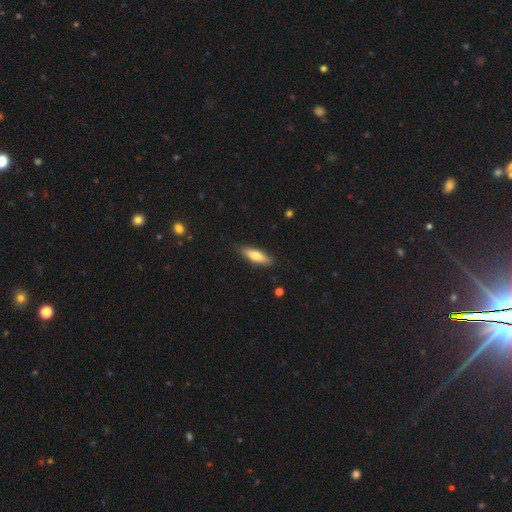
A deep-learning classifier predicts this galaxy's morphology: type=smooth (74%); roundness=cigar-shaped (52%); merging=none (86%).